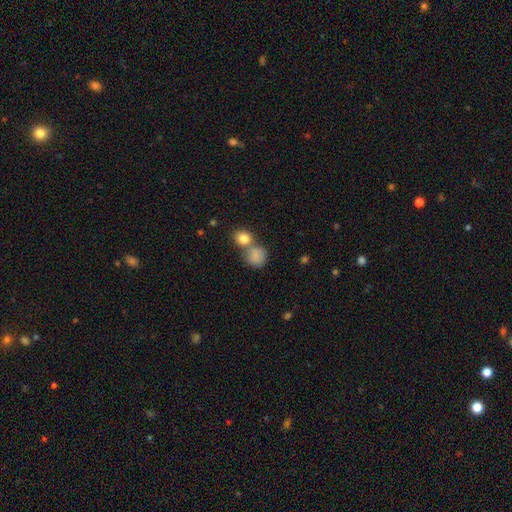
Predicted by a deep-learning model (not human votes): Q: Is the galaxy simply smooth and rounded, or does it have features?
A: smooth — 83%.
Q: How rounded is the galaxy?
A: round — 75%.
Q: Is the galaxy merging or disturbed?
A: merger — 44%.